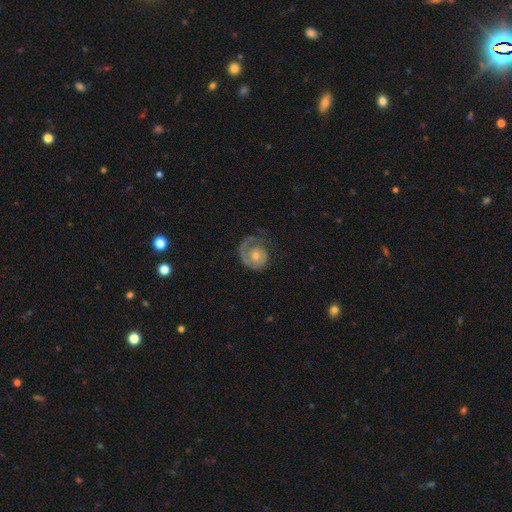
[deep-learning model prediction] A featured or disk galaxy (64%) with no bar (81%), spiral arms (79%) and a moderate central bulge (53%).

Vote fractions:
- Smooth or featured? featured or disk: 64% / smooth: 30% / star or artifact: 6%
- Edge-on disk? no: 98% / yes: 2%
- Bar? no: 81% / weak: 16% / strong: 2%
- Spiral arms? yes: 79% / no: 21%
- Bulge size? moderate: 53% / small: 39% / large: 4% / none: 2% / dominant: 1%
- Merging? none: 47% / major disturbance: 29% / minor disturbance: 21% / merger: 2%